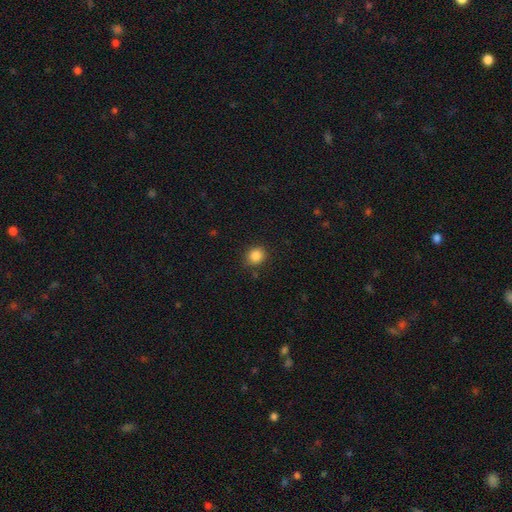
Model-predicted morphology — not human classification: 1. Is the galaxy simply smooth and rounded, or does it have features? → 86% smooth, 10% star or artifact, 4% featured or disk.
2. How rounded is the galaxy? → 79% round, 20% in between, 1% cigar-shaped.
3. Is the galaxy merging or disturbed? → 86% none, 10% minor disturbance, 3% major disturbance, 2% merger.